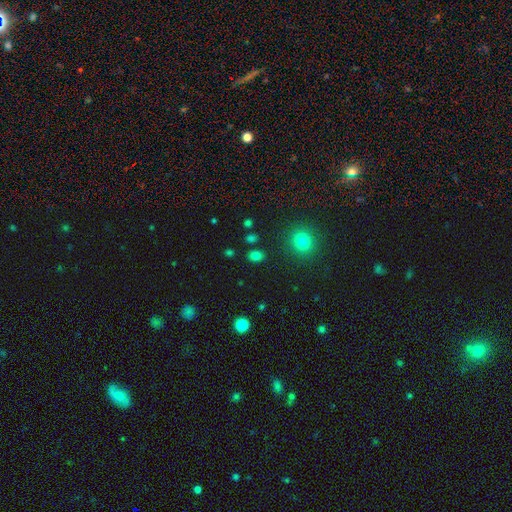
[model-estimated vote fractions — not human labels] A smooth galaxy with no disk features (80%) that is in between round and cigar-shaped (70%).

Vote fractions:
- Smooth or featured? smooth: 80% / star or artifact: 15% / featured or disk: 5%
- How rounded? in between: 70% / round: 29% / cigar-shaped: 1%
- Merging? none: 85% / minor disturbance: 9% / merger: 3% / major disturbance: 3%